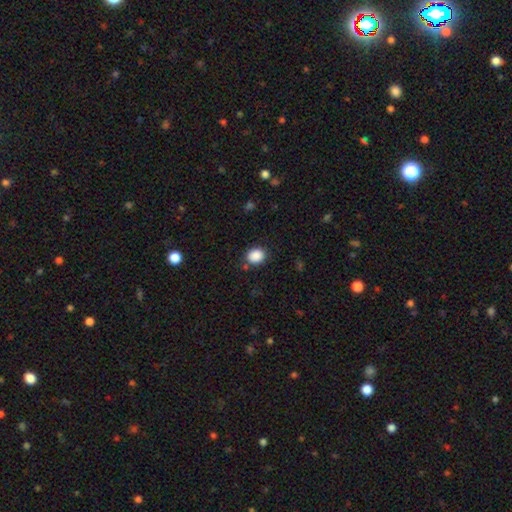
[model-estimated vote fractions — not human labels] The model was most divided on "how rounded": round: 69%, in between: 30%, cigar-shaped: 1%. More confident: smooth or featured — smooth (87%); merging — none (84%).